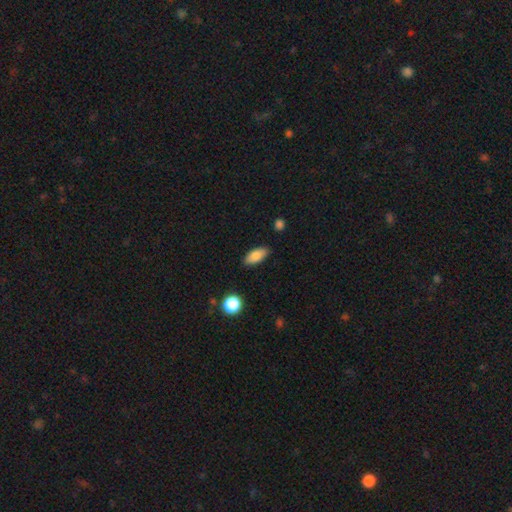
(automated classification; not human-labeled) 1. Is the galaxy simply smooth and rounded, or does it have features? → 83% smooth, 10% featured or disk, 7% star or artifact.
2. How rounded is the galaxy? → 85% in between, 11% cigar-shaped, 3% round.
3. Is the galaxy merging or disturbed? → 84% none, 12% minor disturbance, 2% major disturbance, 2% merger.